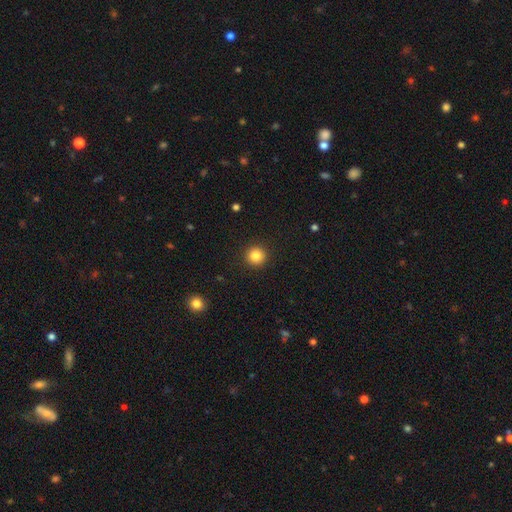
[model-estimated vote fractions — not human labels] A smooth galaxy with no disk features (84%) that is round (95%). Merging: none (92%).